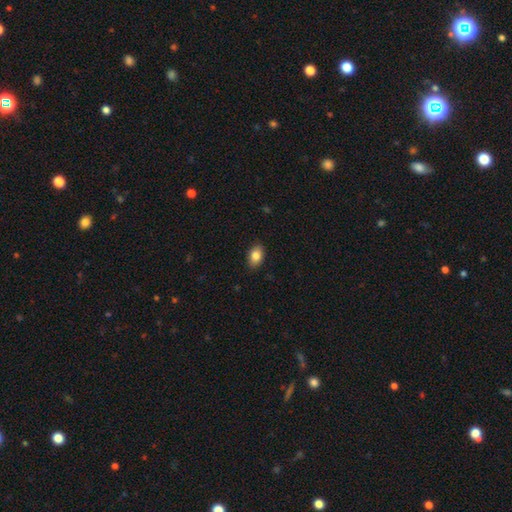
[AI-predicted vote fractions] The model was most divided on "how rounded": in between: 85%, round: 14%, cigar-shaped: 1%. More confident: merging — none (88%); smooth or featured — smooth (84%).